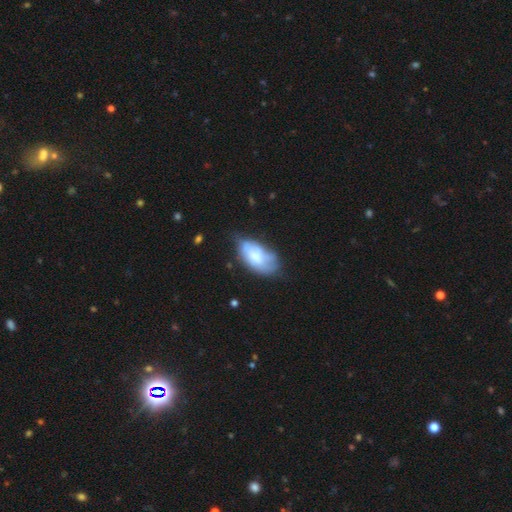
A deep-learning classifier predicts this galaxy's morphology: smooth_or_featured: smooth (p=0.58) [alt: featured or disk p=0.34]
how_rounded: in between (p=0.93) [alt: round p=0.04]
merging: none (p=0.40) [alt: minor disturbance p=0.36]